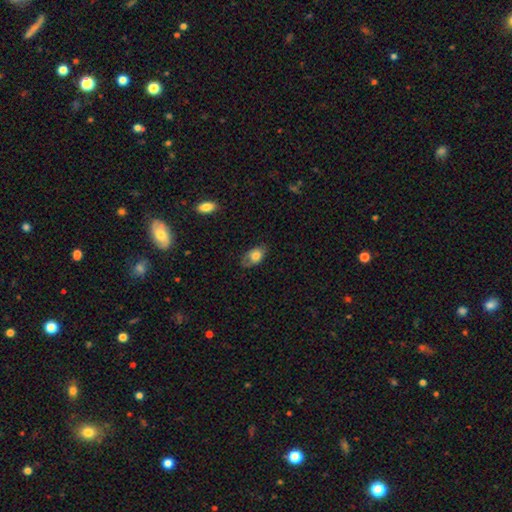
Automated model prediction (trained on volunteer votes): smooth-or-featured: smooth: 72% | featured or disk: 20% | star or artifact: 8%
  how-rounded: in between: 87% | round: 12% | cigar-shaped: 2%
  merging: none: 62% | minor disturbance: 27% | major disturbance: 9% | merger: 1%